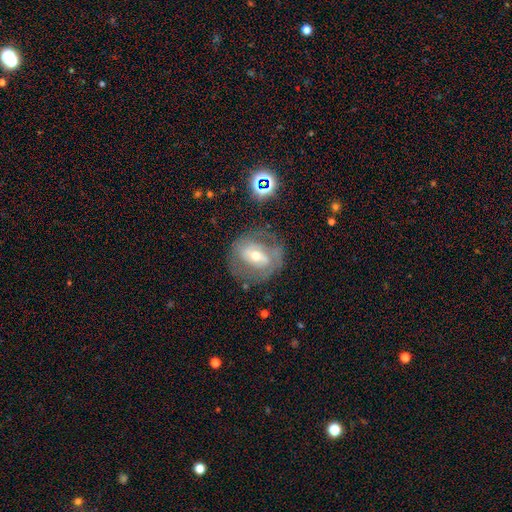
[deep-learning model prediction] Overall: featured or disk (66%). Edge-on disk: no (94%). Bar: weak (37%; no 32%). Spiral arms: yes (59%; no 41%). Bulge size: moderate (58%; small 36%). Merging: none (66%).